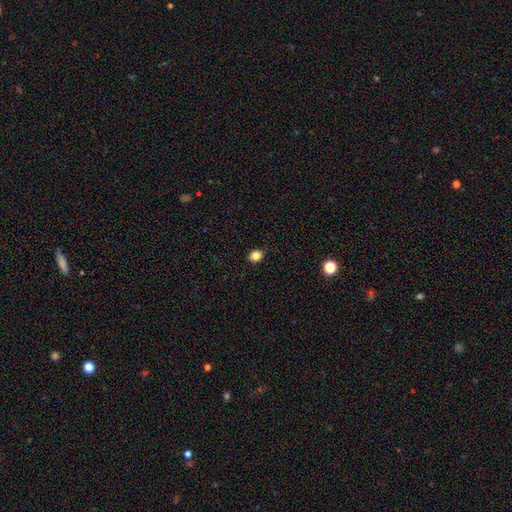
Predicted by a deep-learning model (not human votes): The model was most divided on "how rounded": round: 64%, in between: 35%, cigar-shaped: 1%. More confident: merging — none (89%); smooth or featured — smooth (84%).